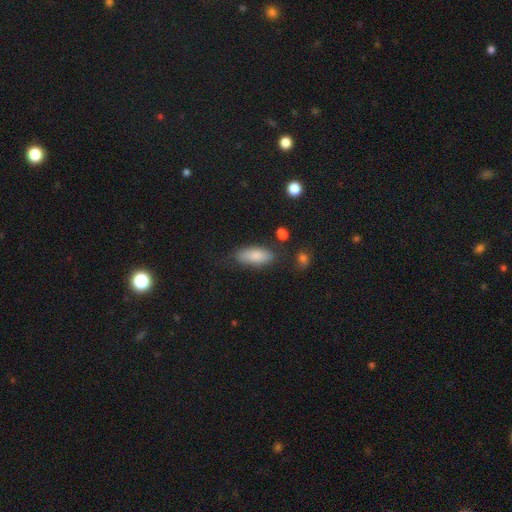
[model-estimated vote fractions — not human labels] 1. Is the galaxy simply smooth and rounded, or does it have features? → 84% smooth, 10% featured or disk, 6% star or artifact.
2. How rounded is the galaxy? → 81% in between, 17% cigar-shaped, 2% round.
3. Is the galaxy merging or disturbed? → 71% none, 19% minor disturbance, 6% major disturbance, 4% merger.